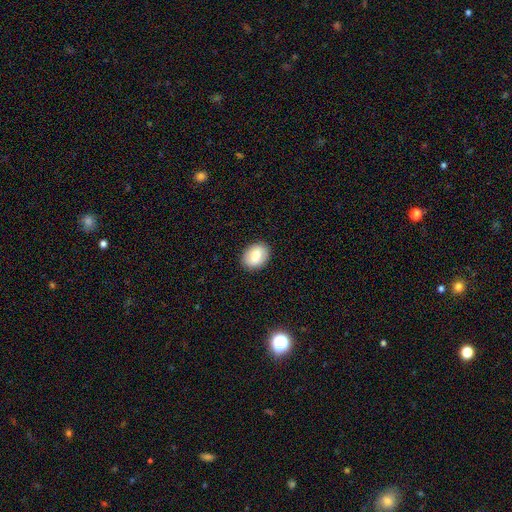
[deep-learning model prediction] Smooth or featured?
  - smooth: 78% *
  - featured or disk: 15%
  - star or artifact: 7%
How rounded?
  - in between: 66% *
  - round: 33%
  - cigar-shaped: 1%
Merging?
  - none: 89% *
  - minor disturbance: 8%
  - major disturbance: 2%
  - merger: 1%